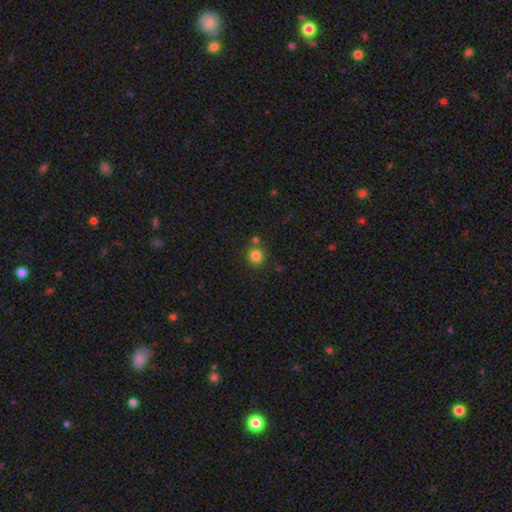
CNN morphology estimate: A smooth galaxy with no disk features (83%) that is round (88%). Merging: none (74%).